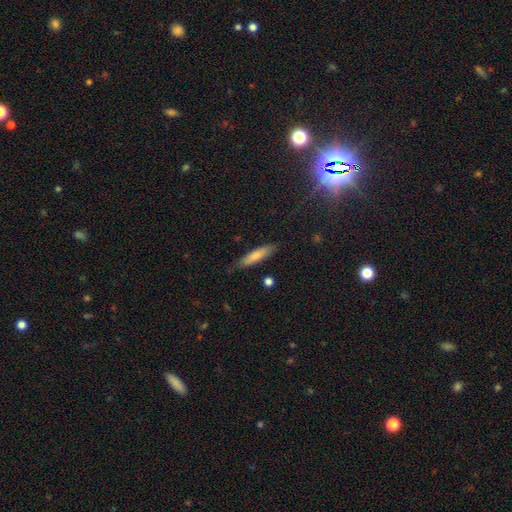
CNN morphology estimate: Q: Smooth or featured?
A: smooth (73%); runner-up: featured or disk (21%)
Q: How rounded?
A: cigar-shaped (74%); runner-up: in between (24%)
Q: Merging?
A: none (79%); runner-up: minor disturbance (16%)